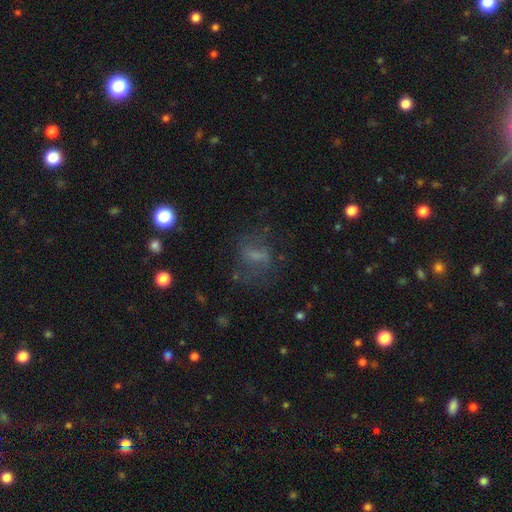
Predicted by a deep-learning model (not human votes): Smooth or featured: smooth — 46% (featured or disk — 34%)
Merging: none — 54% (major disturbance — 24%)